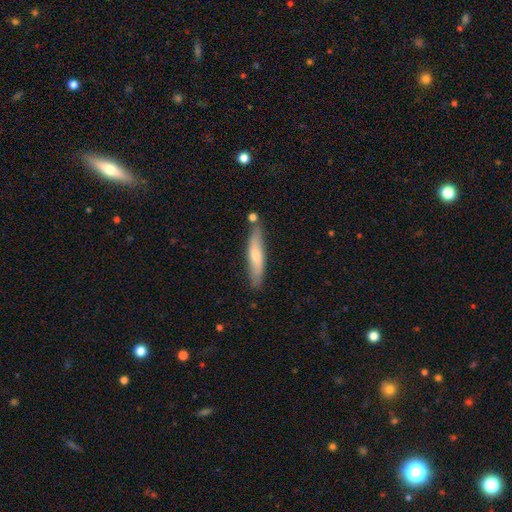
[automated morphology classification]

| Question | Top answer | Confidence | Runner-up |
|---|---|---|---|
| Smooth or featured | smooth | 57% | featured or disk (37%) |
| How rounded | cigar-shaped | 85% | in between (14%) |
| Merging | none | 76% | minor disturbance (15%) |